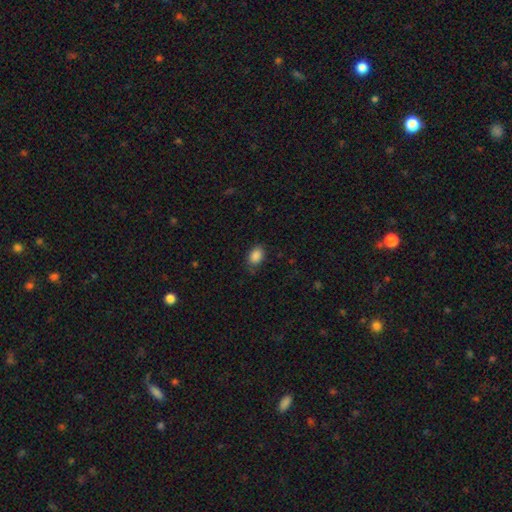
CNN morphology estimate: smooth_or_featured: smooth (p=0.88) [alt: star or artifact p=0.09]
how_rounded: in between (p=0.81) [alt: round p=0.18]
merging: none (p=0.80) [alt: minor disturbance p=0.16]